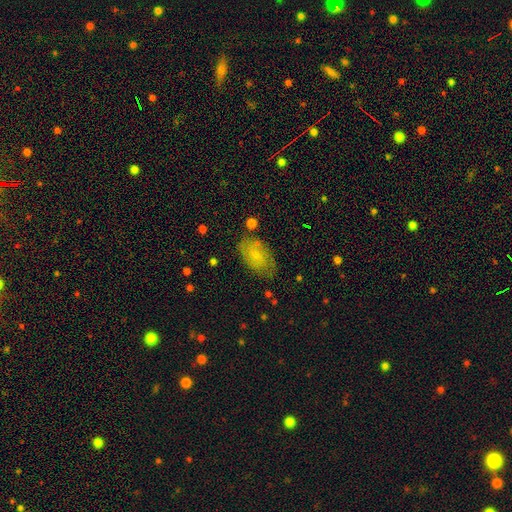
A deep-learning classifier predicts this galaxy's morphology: Q: Smooth or featured?
A: smooth (58%); runner-up: featured or disk (34%)
Q: How rounded?
A: in between (90%); runner-up: round (8%)
Q: Merging?
A: none (71%); runner-up: minor disturbance (20%)